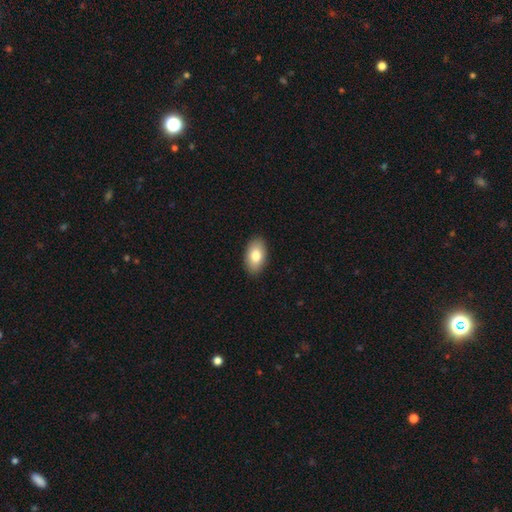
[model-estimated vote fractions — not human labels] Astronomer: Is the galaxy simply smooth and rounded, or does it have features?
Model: smooth — 81%.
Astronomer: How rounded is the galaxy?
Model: in between — 93%.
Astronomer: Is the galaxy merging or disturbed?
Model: none — 90%.